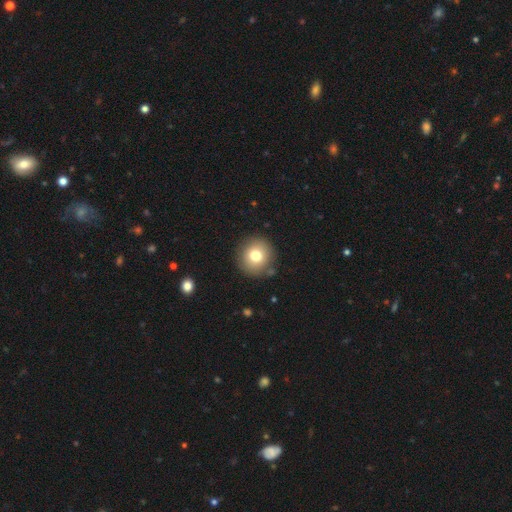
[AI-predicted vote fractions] Smooth or featured?
  - smooth: 77% *
  - featured or disk: 13%
  - star or artifact: 10%
How rounded?
  - round: 91% *
  - in between: 8%
  - cigar-shaped: 1%
Merging?
  - none: 86% *
  - minor disturbance: 8%
  - major disturbance: 3%
  - merger: 2%